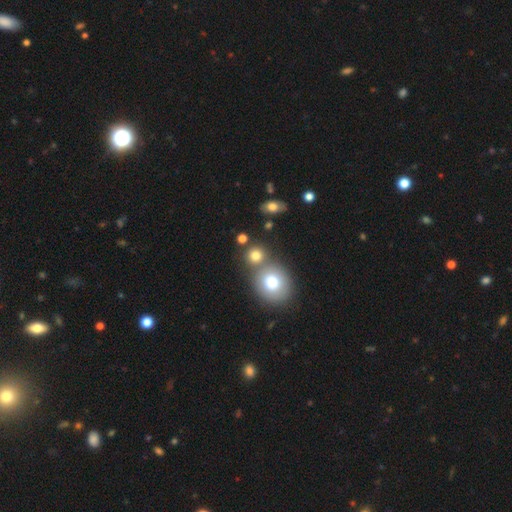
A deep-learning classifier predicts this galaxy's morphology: Smooth or featured? smooth (78%)
How rounded? round (84%)
Merging? none (56%)